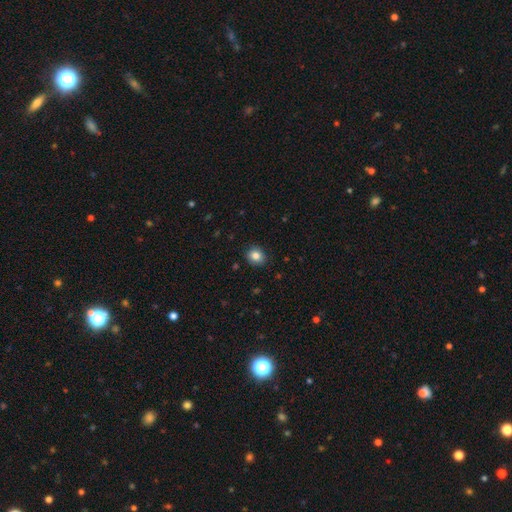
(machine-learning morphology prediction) Smooth or featured: smooth — 84% (star or artifact — 10%)
How rounded: round — 73% (in between — 26%)
Merging: none — 89% (minor disturbance — 8%)